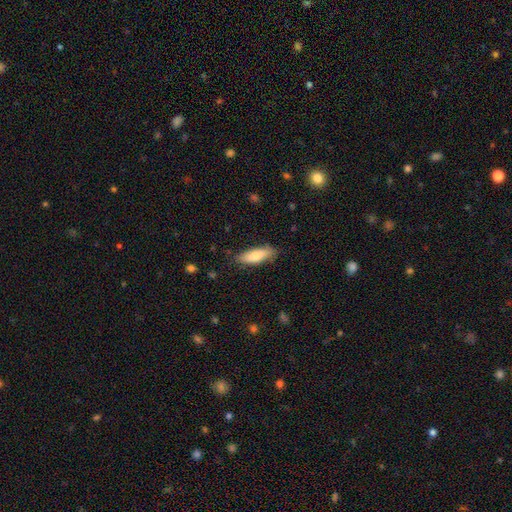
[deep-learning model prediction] Smooth or featured?
  - smooth: 80% *
  - featured or disk: 14%
  - star or artifact: 6%
How rounded?
  - in between: 58% *
  - cigar-shaped: 40%
  - round: 2%
Merging?
  - none: 81% *
  - minor disturbance: 15%
  - major disturbance: 3%
  - merger: 1%